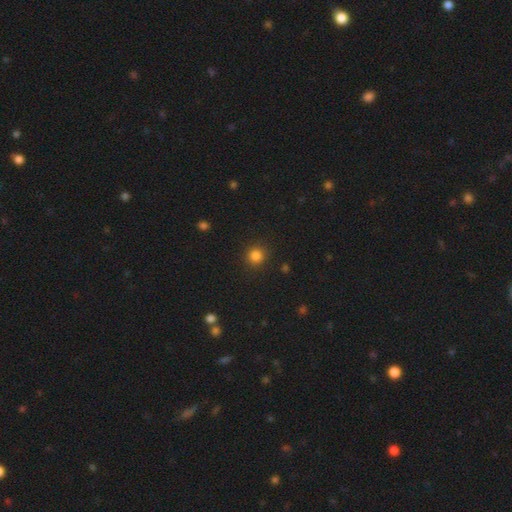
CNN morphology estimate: Overall: smooth (83%). How rounded: round (93%). Merging: none (90%).